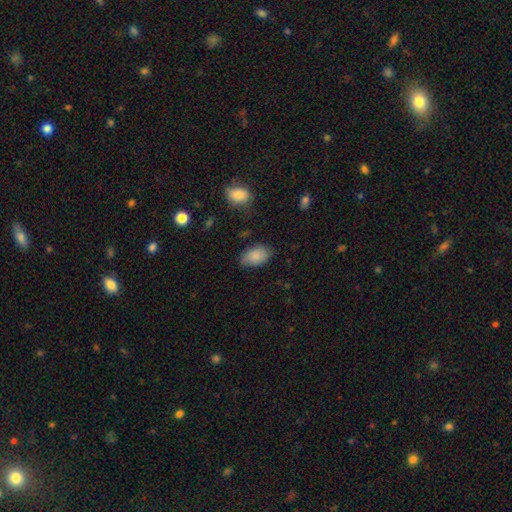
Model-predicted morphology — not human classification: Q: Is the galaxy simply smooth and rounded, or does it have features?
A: smooth — 83%.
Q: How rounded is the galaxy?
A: in between — 91%.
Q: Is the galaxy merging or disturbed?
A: none — 68%.